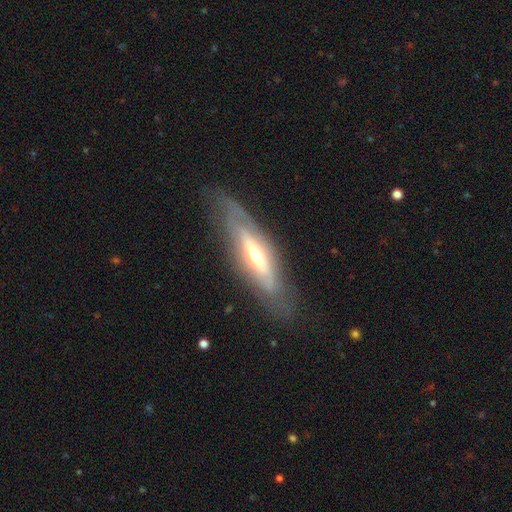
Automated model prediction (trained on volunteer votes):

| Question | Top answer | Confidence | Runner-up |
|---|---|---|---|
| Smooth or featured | featured or disk | 70% | smooth (24%) |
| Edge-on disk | yes | 54% | no (46%) |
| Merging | none | 74% | minor disturbance (18%) |